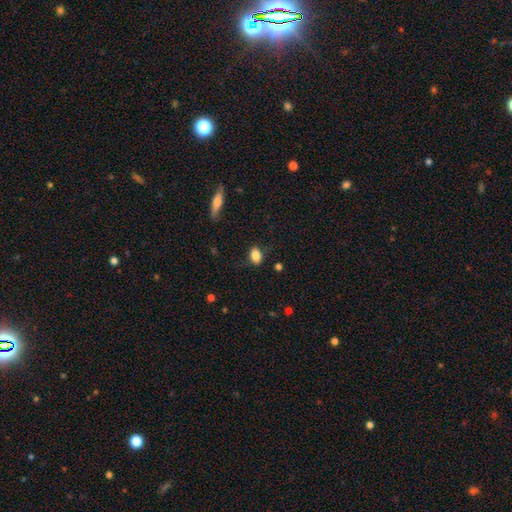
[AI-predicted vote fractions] Smooth or featured? smooth (84%)
How rounded? in between (78%)
Merging? none (77%)